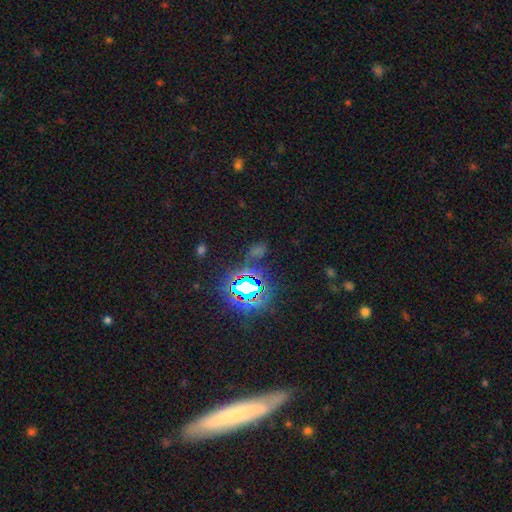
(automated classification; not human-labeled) Smooth or featured: star or artifact — 71% (smooth — 20%)